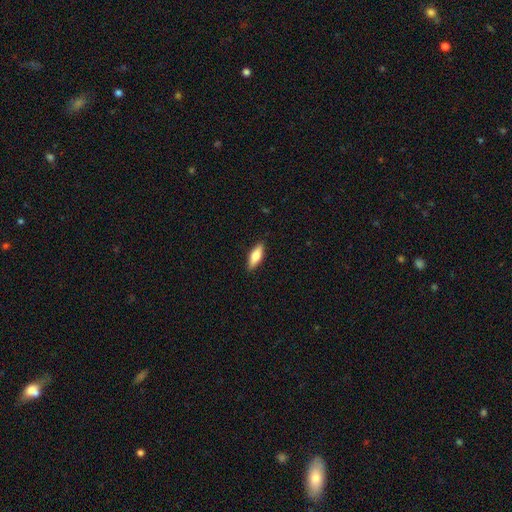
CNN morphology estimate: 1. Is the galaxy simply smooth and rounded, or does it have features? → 76% smooth, 18% featured or disk, 6% star or artifact.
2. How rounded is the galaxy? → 61% in between, 36% cigar-shaped, 2% round.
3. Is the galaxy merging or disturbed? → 89% none, 9% minor disturbance, 2% major disturbance, 1% merger.